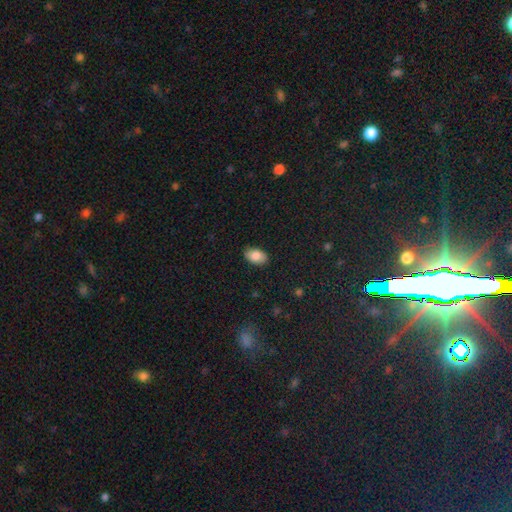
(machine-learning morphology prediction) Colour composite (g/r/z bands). It shows a smooth galaxy with no disk features (86%) that is in between round and cigar-shaped (91%). Merging: none (86%).